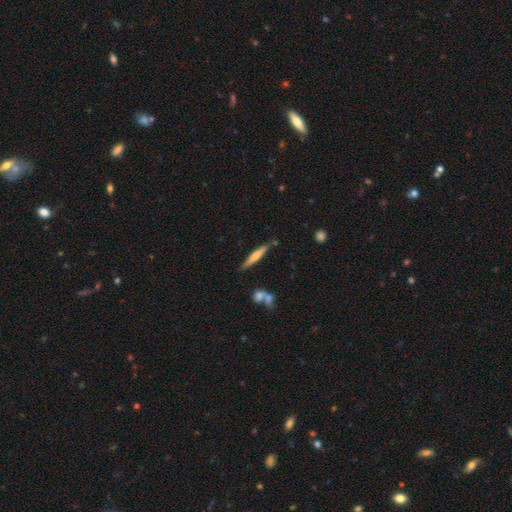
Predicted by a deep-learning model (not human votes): A smooth galaxy with no disk features (53%) that is cigar-shaped (92%). Merging: none (81%).